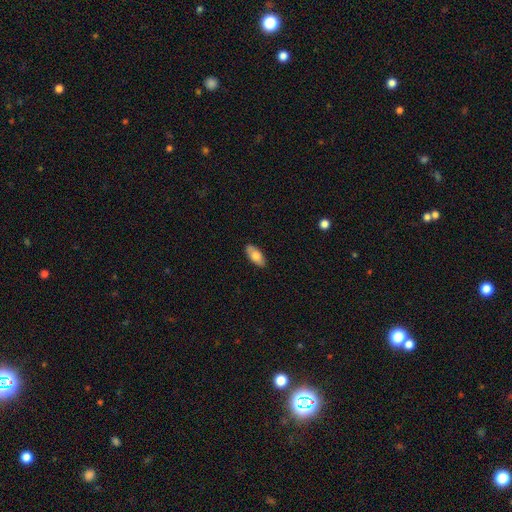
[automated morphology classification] Smooth or featured: smooth — 73% (featured or disk — 21%)
How rounded: in between — 88% (cigar-shaped — 10%)
Merging: none — 84% (minor disturbance — 12%)